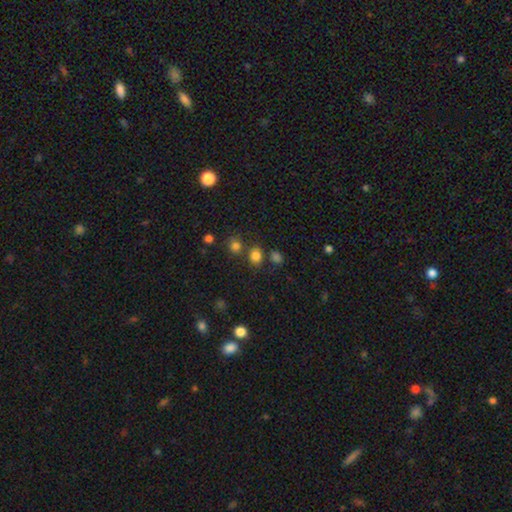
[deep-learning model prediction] smooth-or-featured: smooth: 78% | star or artifact: 16% | featured or disk: 6%
  how-rounded: round: 62% | in between: 37% | cigar-shaped: 1%
  merging: none: 72% | merger: 13% | minor disturbance: 11% | major disturbance: 4%